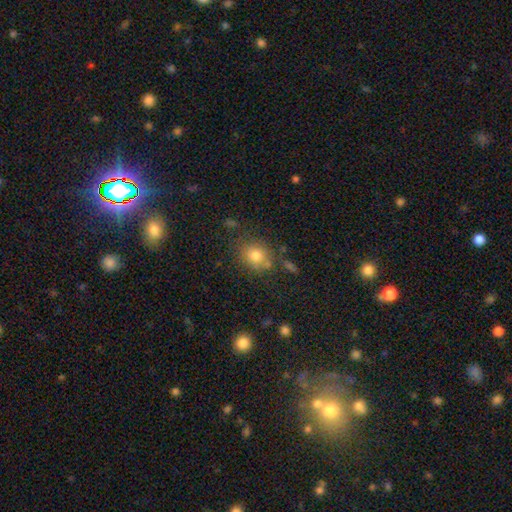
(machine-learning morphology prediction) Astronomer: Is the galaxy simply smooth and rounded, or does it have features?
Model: smooth — 79%.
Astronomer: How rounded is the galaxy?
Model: round — 69%.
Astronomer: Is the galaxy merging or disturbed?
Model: none — 74%.